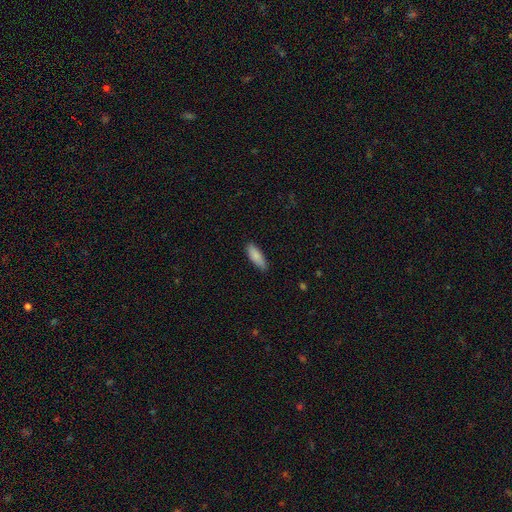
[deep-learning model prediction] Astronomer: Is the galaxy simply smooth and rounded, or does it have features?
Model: smooth — 86%.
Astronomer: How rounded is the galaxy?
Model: in between — 64%.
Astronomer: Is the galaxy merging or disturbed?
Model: none — 84%.